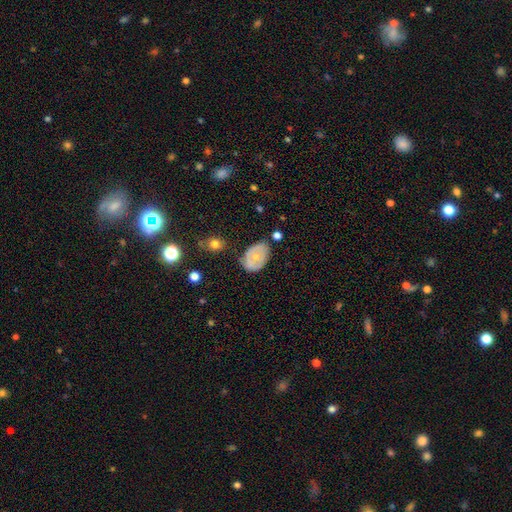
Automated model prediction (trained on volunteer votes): This is possibly a smooth galaxy (49%). Merging: possibly none (54%).